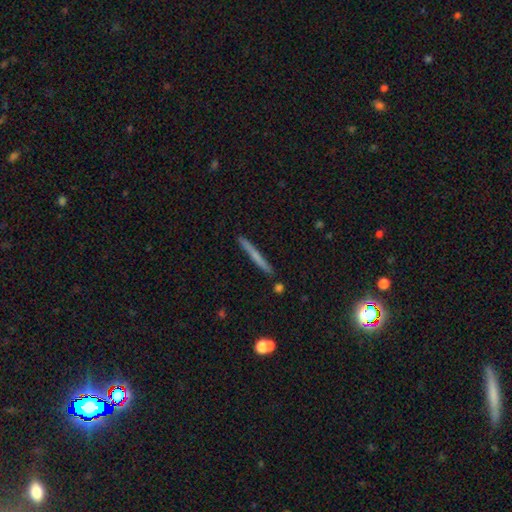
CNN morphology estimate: A smooth galaxy with no disk features (56%) that is cigar-shaped (96%). Merging: none (91%).